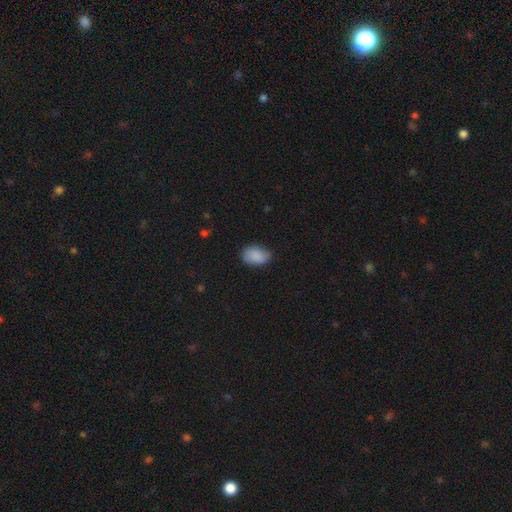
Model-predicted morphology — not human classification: Smooth or featured? Predicted: smooth (p=0.88). How rounded? Predicted: in between (p=0.87). Merging? Predicted: none (p=0.75).